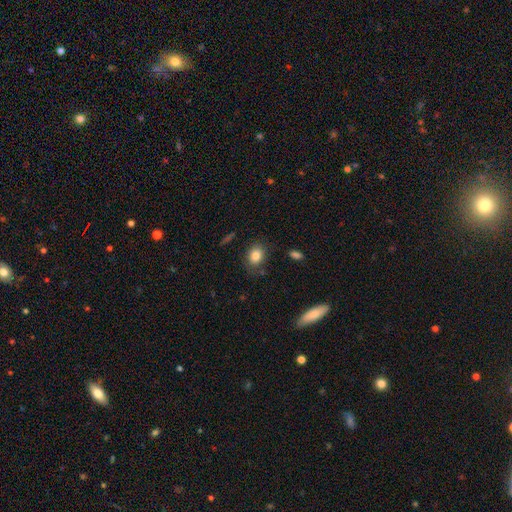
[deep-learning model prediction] Smooth or featured: smooth — 82% (star or artifact — 9%)
How rounded: in between — 56% (round — 43%)
Merging: none — 78% (minor disturbance — 16%)